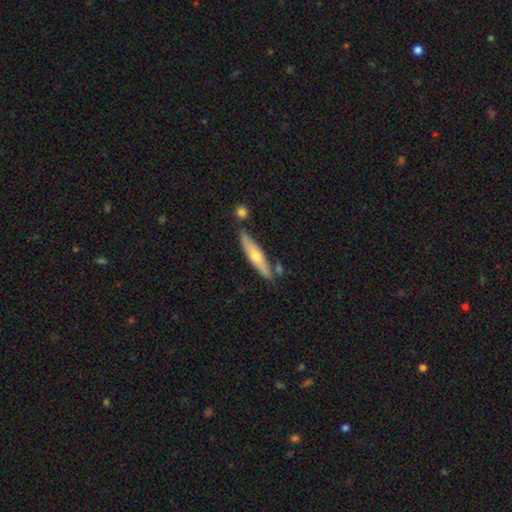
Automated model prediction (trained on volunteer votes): This is possibly a smooth galaxy (49%). Merging: likely none (74%).